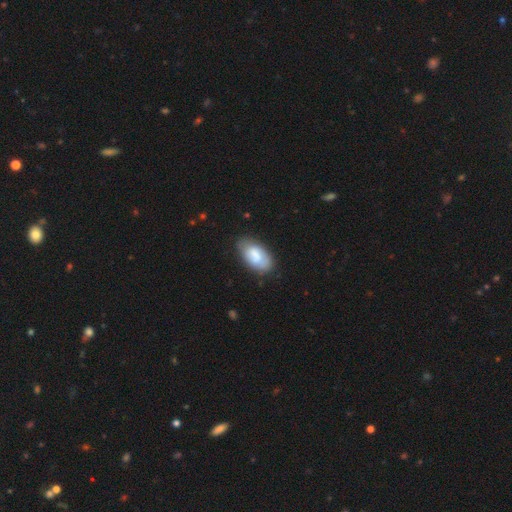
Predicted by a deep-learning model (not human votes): Overall: smooth (71%). How rounded: in between (94%). Merging: none (72%).